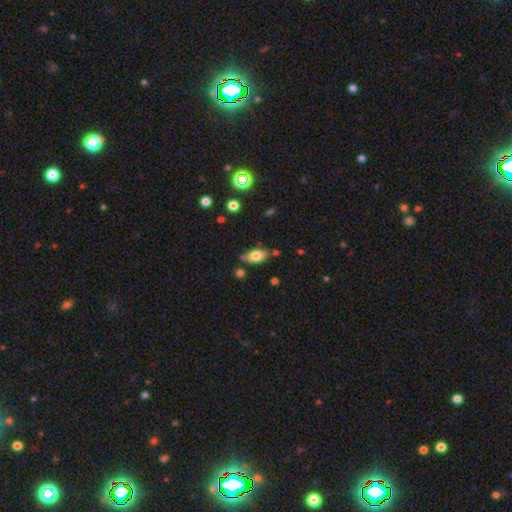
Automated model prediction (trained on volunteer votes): smooth_or_featured: smooth (p=0.73) [alt: featured or disk p=0.19]
how_rounded: in between (p=0.88) [alt: round p=0.07]
merging: none (p=0.67) [alt: minor disturbance p=0.20]